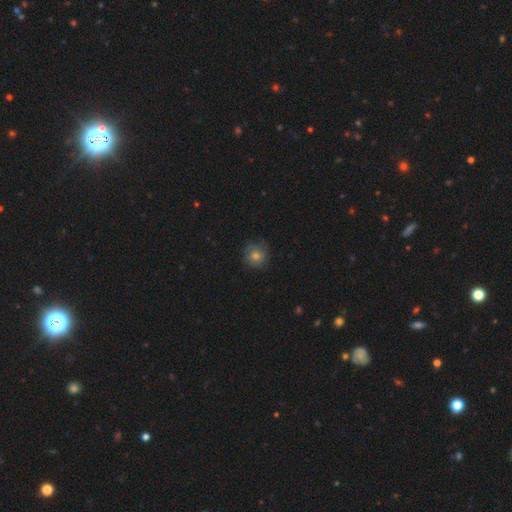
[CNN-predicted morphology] Smooth or featured?
  - smooth: 58% *
  - featured or disk: 28%
  - star or artifact: 14%
How rounded?
  - round: 89% *
  - in between: 10%
  - cigar-shaped: 1%
Merging?
  - none: 77% *
  - minor disturbance: 17%
  - major disturbance: 6%
  - merger: 1%